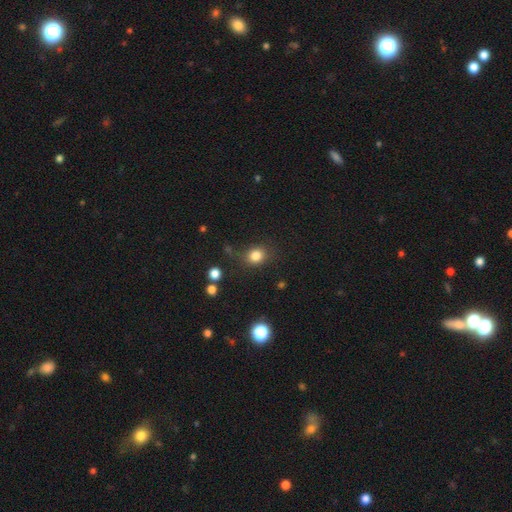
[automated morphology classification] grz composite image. It shows a smooth galaxy with no disk features (82%) that is round (69%). Merging: none (77%).